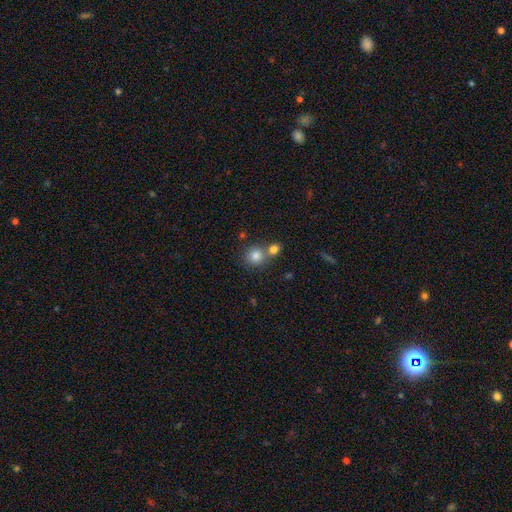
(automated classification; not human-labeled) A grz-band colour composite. It shows a smooth galaxy with no disk features (82%) that is round (86%). Merging: none (54%).